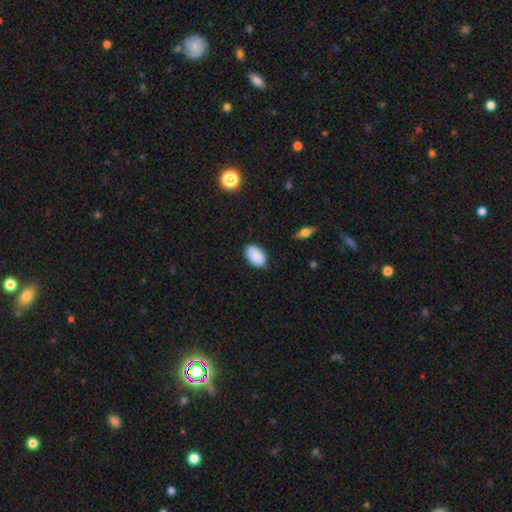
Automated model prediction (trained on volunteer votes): Smooth or featured: smooth — 89% (star or artifact — 7%)
How rounded: in between — 94% (round — 5%)
Merging: none — 86% (minor disturbance — 11%)